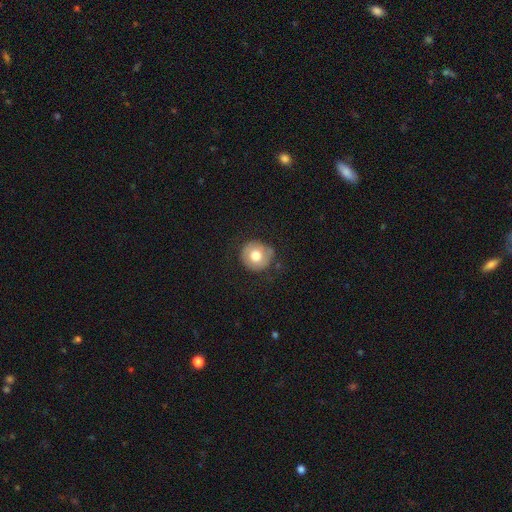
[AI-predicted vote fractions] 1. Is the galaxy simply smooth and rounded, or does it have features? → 70% smooth, 22% featured or disk, 8% star or artifact.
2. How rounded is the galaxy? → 92% round, 7% in between, 1% cigar-shaped.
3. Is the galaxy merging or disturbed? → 78% none, 15% minor disturbance, 5% major disturbance, 1% merger.